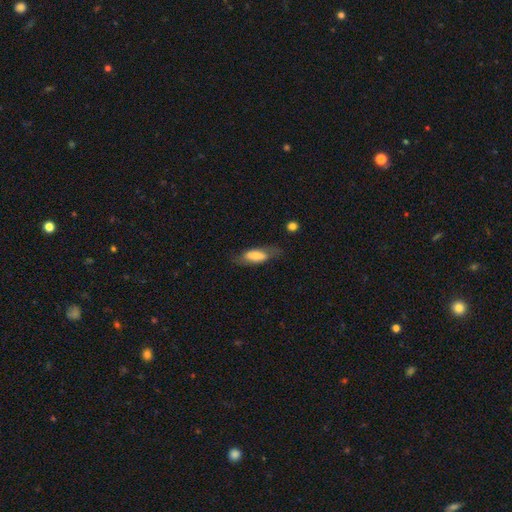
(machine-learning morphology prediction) Q: Smooth or featured?
A: smooth (61%); runner-up: featured or disk (32%)
Q: How rounded?
A: in between (69%); runner-up: cigar-shaped (28%)
Q: Merging?
A: none (67%); runner-up: minor disturbance (21%)